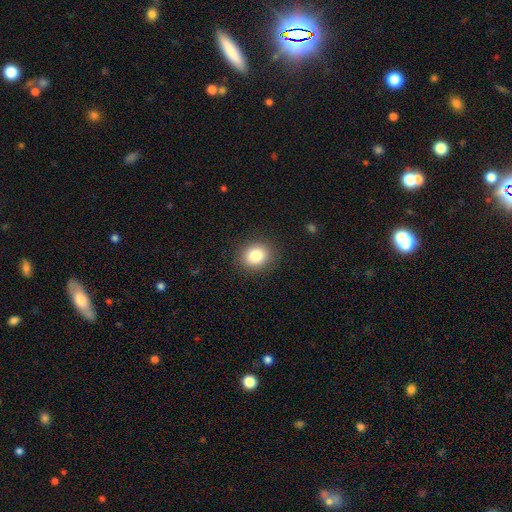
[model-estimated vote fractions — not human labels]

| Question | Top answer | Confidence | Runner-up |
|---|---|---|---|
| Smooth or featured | smooth | 83% | star or artifact (10%) |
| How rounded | round | 67% | in between (33%) |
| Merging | none | 89% | minor disturbance (7%) |